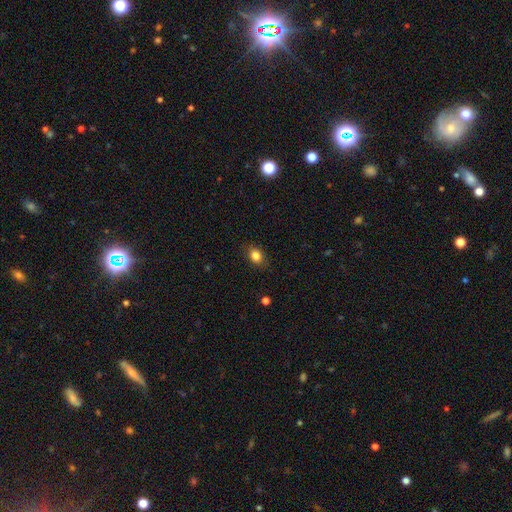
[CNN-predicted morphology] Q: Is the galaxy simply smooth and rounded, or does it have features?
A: smooth — 83%.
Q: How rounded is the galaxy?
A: in between — 57%.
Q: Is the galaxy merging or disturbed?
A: none — 85%.